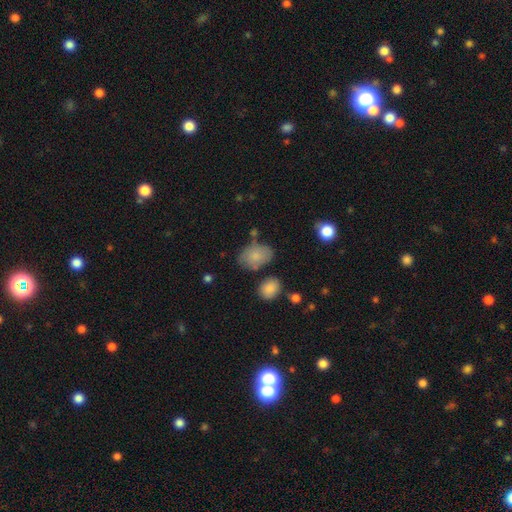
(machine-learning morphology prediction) A smooth galaxy with no disk features (78%) that is in between round and cigar-shaped (79%). Merging: none (62%).